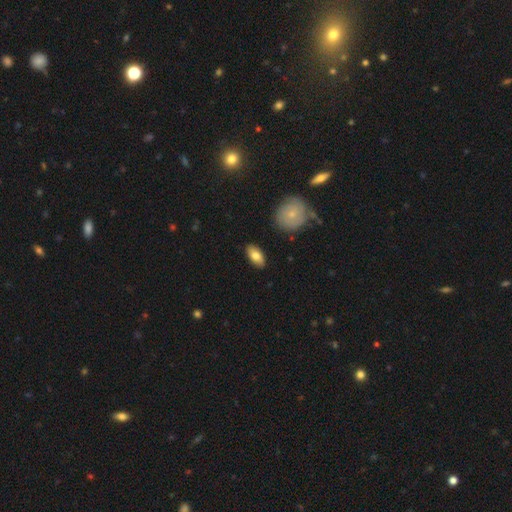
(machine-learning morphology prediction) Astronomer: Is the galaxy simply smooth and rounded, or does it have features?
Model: smooth — 78%.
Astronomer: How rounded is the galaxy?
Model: in between — 91%.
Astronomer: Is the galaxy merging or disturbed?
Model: none — 87%.